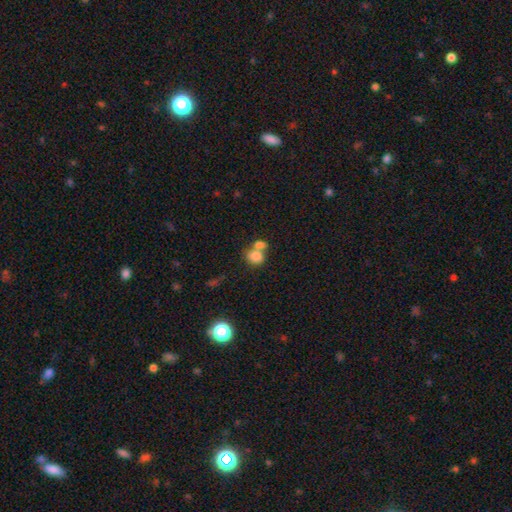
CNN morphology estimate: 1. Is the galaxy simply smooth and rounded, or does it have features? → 80% smooth, 10% featured or disk, 10% star or artifact.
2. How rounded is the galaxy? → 52% in between, 47% round, 1% cigar-shaped.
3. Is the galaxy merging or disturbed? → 56% merger, 32% none, 8% minor disturbance, 4% major disturbance.